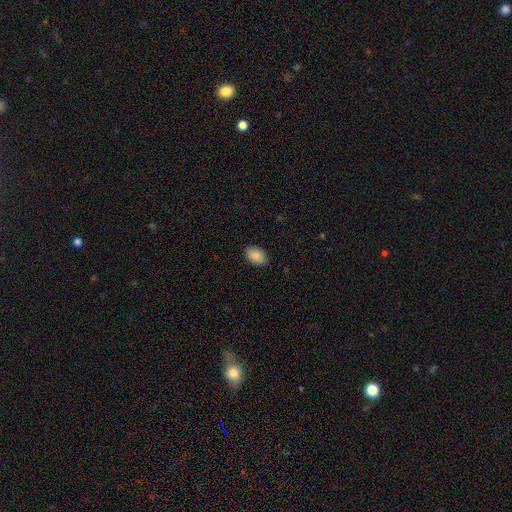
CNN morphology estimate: This is clearly a smooth galaxy (89%). How rounded: clearly in between (88%). Merging: clearly none (88%).